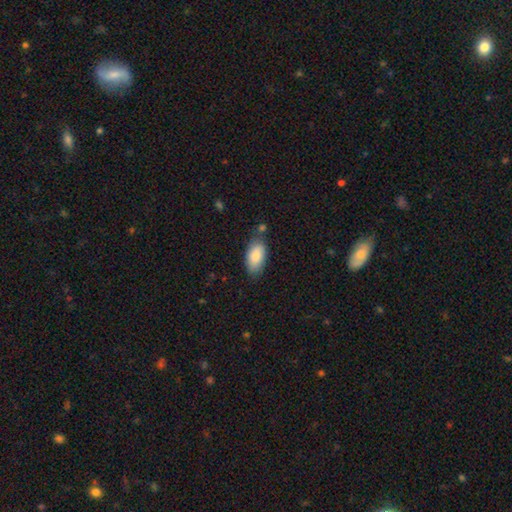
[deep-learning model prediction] Q: Smooth or featured?
A: smooth (86%); runner-up: featured or disk (8%)
Q: How rounded?
A: in between (94%); runner-up: cigar-shaped (4%)
Q: Merging?
A: none (72%); runner-up: minor disturbance (19%)